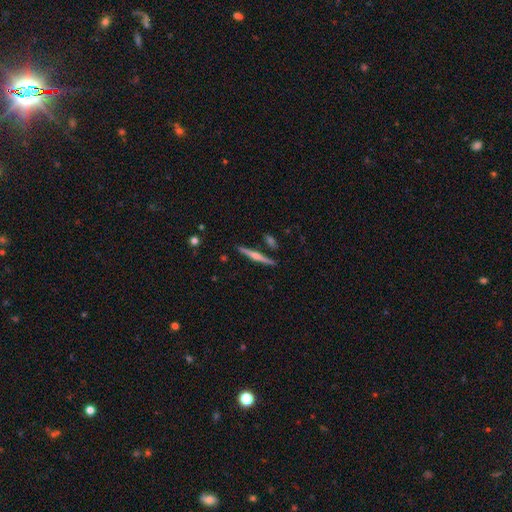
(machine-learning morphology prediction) This is likely a featured or disk galaxy (62%). It is clearly viewed edge-on (98%). Edge-on bulge: likely rounded (75%). Merging: clearly none (88%).